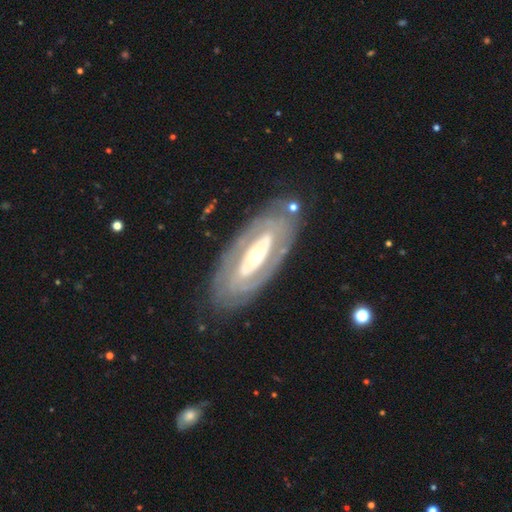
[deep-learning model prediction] Q: Smooth or featured?
A: featured or disk (80%); runner-up: smooth (15%)
Q: Edge-on disk?
A: no (89%); runner-up: yes (11%)
Q: Bar?
A: no (61%); runner-up: weak (20%)
Q: Spiral arms?
A: yes (57%); runner-up: no (43%)
Q: Bulge size?
A: moderate (55%); runner-up: small (33%)
Q: Merging?
A: none (79%); runner-up: minor disturbance (13%)